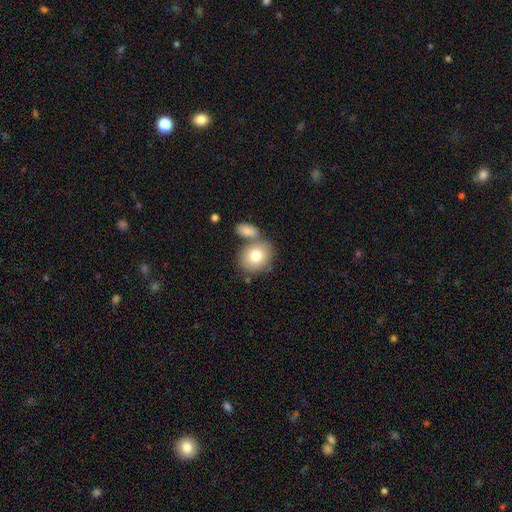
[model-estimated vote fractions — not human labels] smooth-or-featured: smooth: 78% | featured or disk: 15% | star or artifact: 8%
  how-rounded: round: 63% | in between: 36% | cigar-shaped: 1%
  merging: none: 58% | merger: 27% | minor disturbance: 12% | major disturbance: 4%